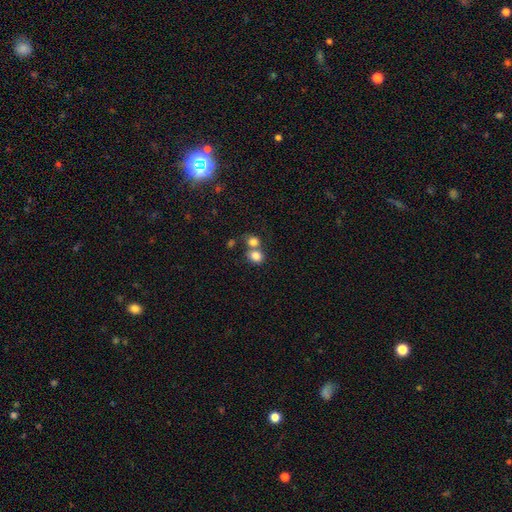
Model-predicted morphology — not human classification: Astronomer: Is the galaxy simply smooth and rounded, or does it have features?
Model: smooth — 81%.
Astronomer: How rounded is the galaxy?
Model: round — 68%.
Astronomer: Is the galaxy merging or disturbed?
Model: merger — 45% (runner-up: none, 42%).